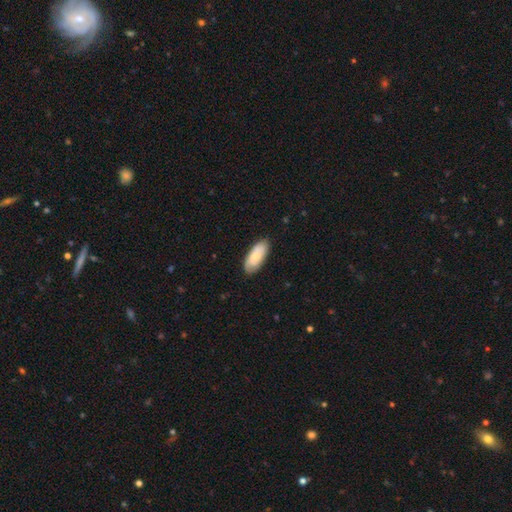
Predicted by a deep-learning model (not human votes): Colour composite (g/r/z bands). It shows a smooth galaxy with no disk features (67%) that is in between round and cigar-shaped (85%). Merging: none (80%).